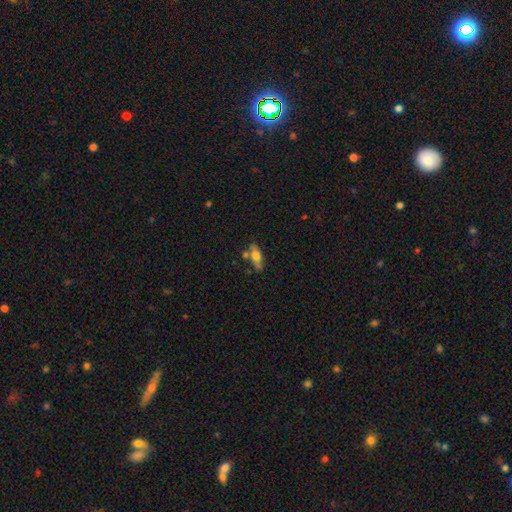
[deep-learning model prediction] Smooth or featured? smooth (58%)
How rounded? in between (66%)
Merging? none (55%)